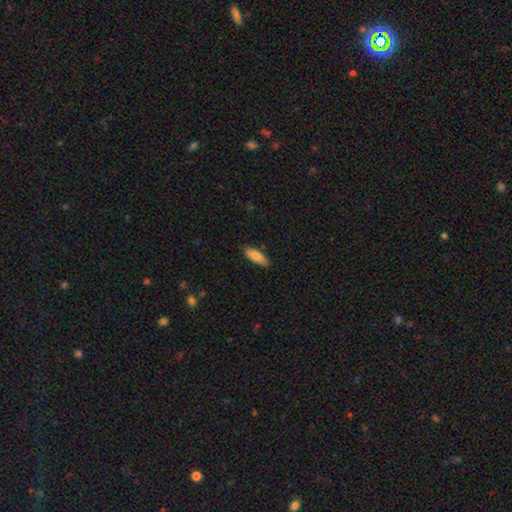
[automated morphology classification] Smooth or featured? Predicted: smooth (p=0.82). How rounded? Predicted: in between (p=0.64). Merging? Predicted: none (p=0.83).